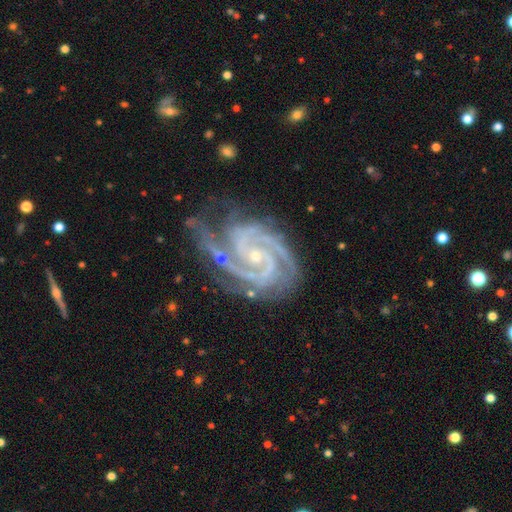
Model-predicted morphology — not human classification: Smooth or featured: featured or disk — 93% (star or artifact — 5%)
Edge-on disk: no — 98% (yes — 2%)
Bar: no — 59% (weak — 27%)
Spiral arms: yes — 99% (no — 1%)
Spiral winding: tight — 64% (medium — 33%)
Spiral arm count: 2 — 41% (3 — 37%)
Bulge size: small — 77% (moderate — 20%)
Merging: none — 64% (minor disturbance — 24%)